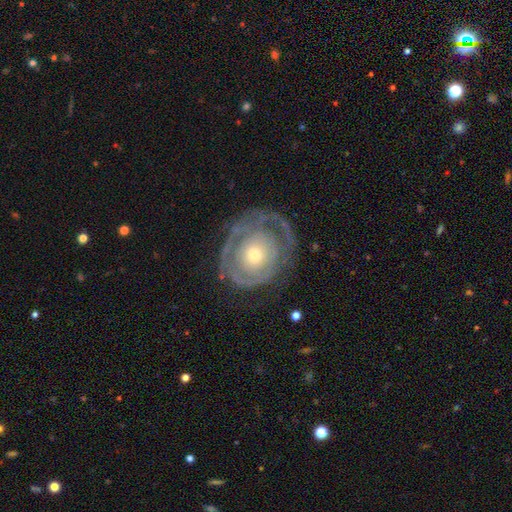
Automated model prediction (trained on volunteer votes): Smooth or featured? Predicted: featured or disk (p=0.73). Edge-on disk? Predicted: no (p=0.96). Bar? Predicted: no (p=0.86). Spiral arms? Predicted: yes (p=0.59). Bulge size? Predicted: small (p=0.50). Merging? Predicted: none (p=0.66).